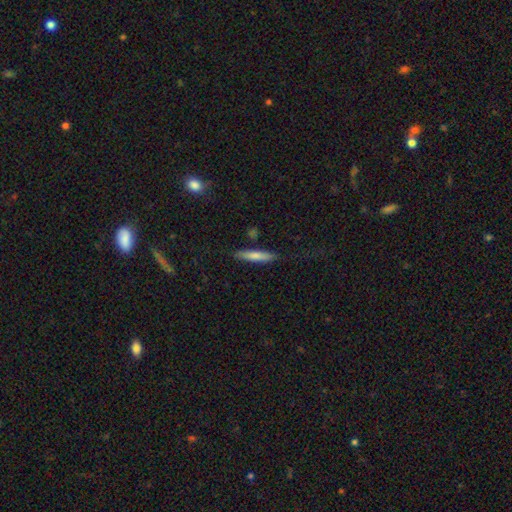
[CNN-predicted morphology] Smooth or featured? smooth (74%)
How rounded? cigar-shaped (88%)
Merging? none (84%)